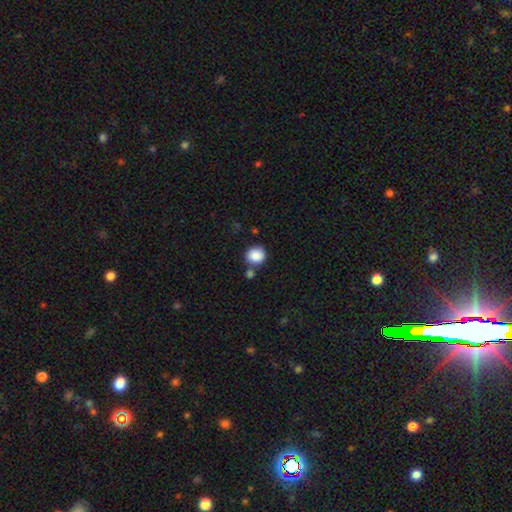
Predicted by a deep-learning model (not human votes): A smooth galaxy with no disk features (88%) that is round (84%). Merging: none (68%).